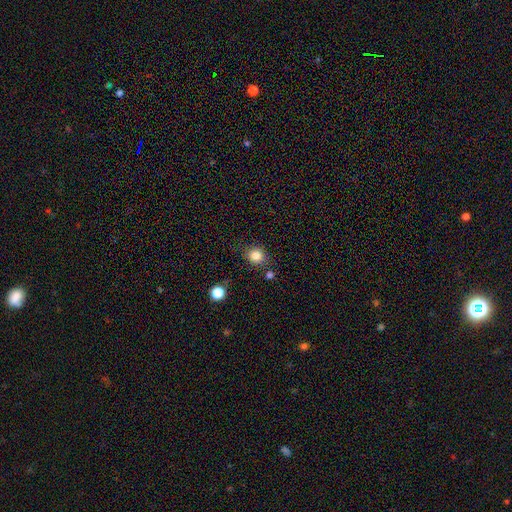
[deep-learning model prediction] Smooth or featured: smooth — 84% (star or artifact — 11%)
How rounded: round — 73% (in between — 26%)
Merging: none — 79% (minor disturbance — 13%)